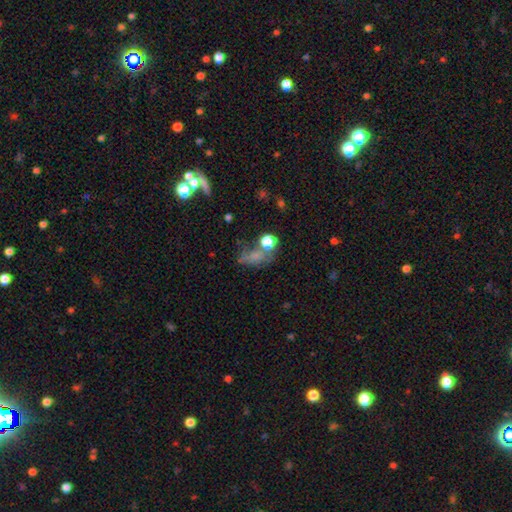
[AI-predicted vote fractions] Morphology: type=smooth (58%); roundness=in between (63%); merging=none (38%).